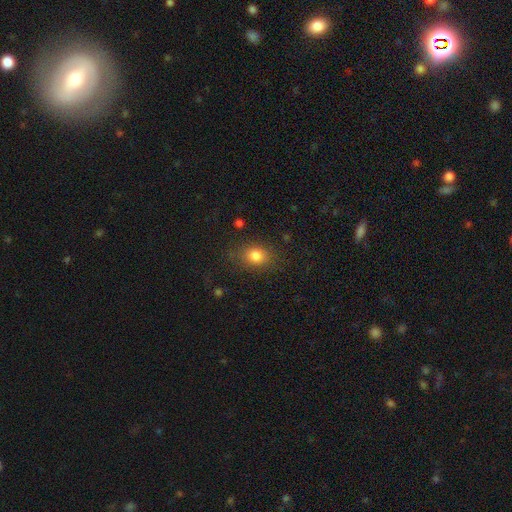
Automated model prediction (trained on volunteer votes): smooth_or_featured: smooth (p=0.81) [alt: star or artifact p=0.11]
how_rounded: in between (p=0.54) [alt: round p=0.44]
merging: none (p=0.80) [alt: minor disturbance p=0.13]